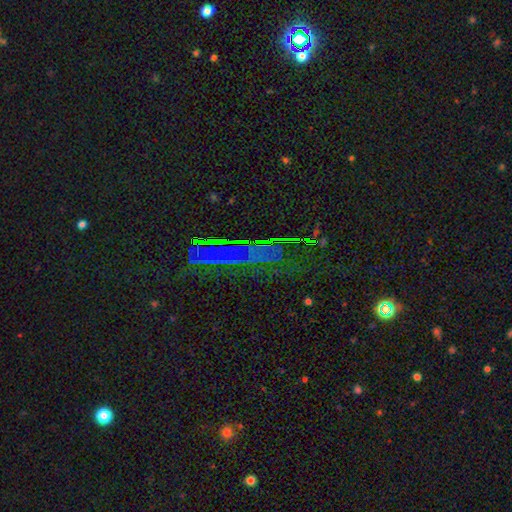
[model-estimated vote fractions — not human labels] smooth-or-featured: star or artifact: 78% | smooth: 12% | featured or disk: 10%